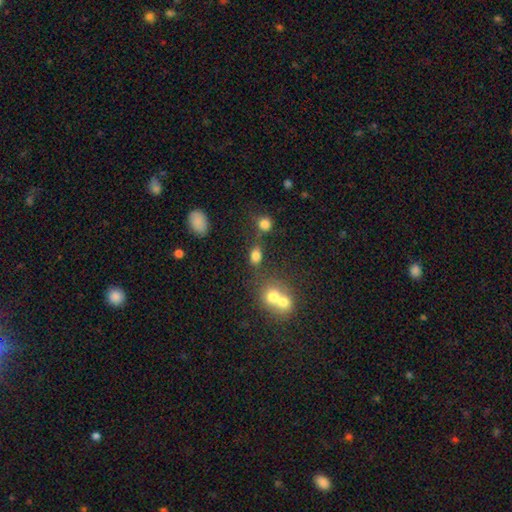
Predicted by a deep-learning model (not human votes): A smooth galaxy with no disk features (79%) that is in between round and cigar-shaped (73%).

Vote fractions:
- Smooth or featured? smooth: 79% / star or artifact: 13% / featured or disk: 8%
- How rounded? in between: 73% / round: 25% / cigar-shaped: 3%
- Merging? none: 60% / merger: 19% / minor disturbance: 15% / major disturbance: 7%